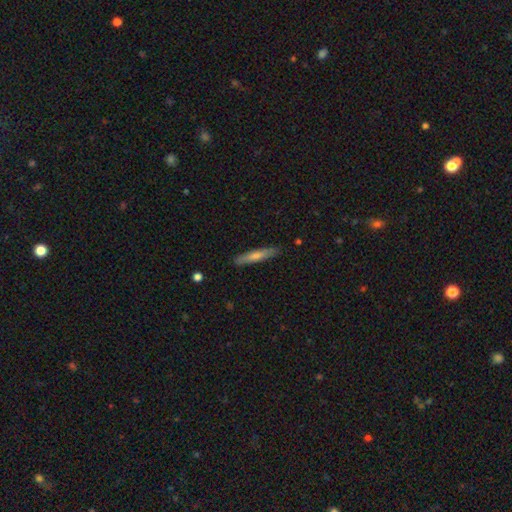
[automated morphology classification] This appears to be a smooth galaxy with no disk features (60%) that is cigar-shaped (92%). Merging: none (89%).